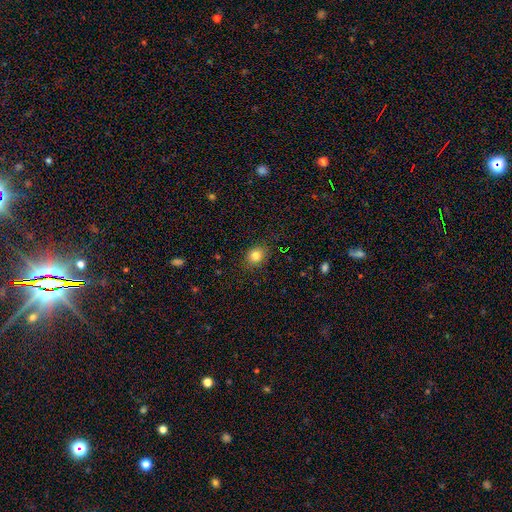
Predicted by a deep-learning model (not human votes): Q: Smooth or featured?
A: smooth (82%); runner-up: star or artifact (11%)
Q: How rounded?
A: round (65%); runner-up: in between (34%)
Q: Merging?
A: none (87%); runner-up: minor disturbance (10%)